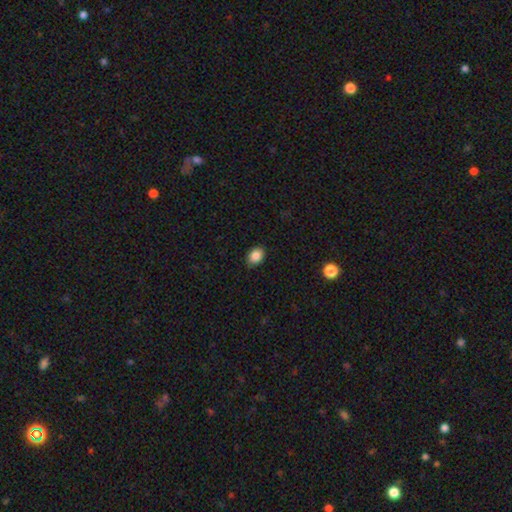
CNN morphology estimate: Q: Smooth or featured?
A: smooth (86%); runner-up: star or artifact (9%)
Q: How rounded?
A: in between (67%); runner-up: round (32%)
Q: Merging?
A: none (87%); runner-up: minor disturbance (10%)